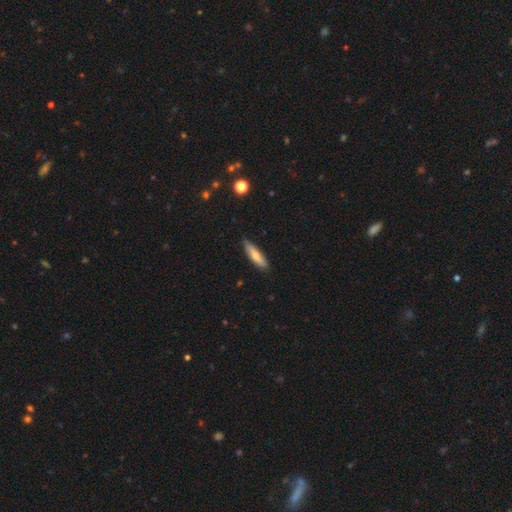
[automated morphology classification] A smooth galaxy with no disk features (68%) that is cigar-shaped (69%).

Vote fractions:
- Smooth or featured? smooth: 68% / featured or disk: 26% / star or artifact: 6%
- How rounded? cigar-shaped: 69% / in between: 29% / round: 2%
- Merging? none: 83% / minor disturbance: 14% / major disturbance: 2% / merger: 1%